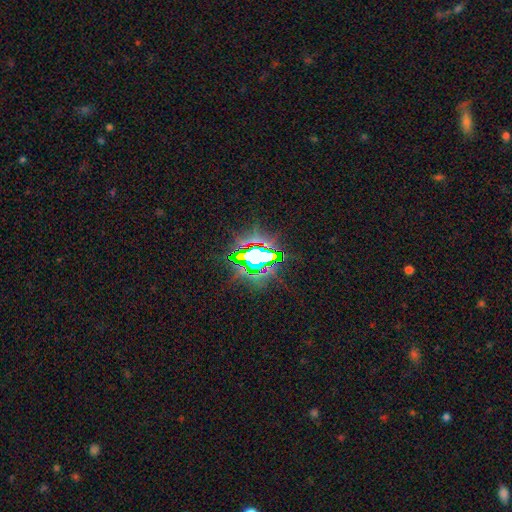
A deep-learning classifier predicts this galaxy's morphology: Smooth or featured? star or artifact (73%)